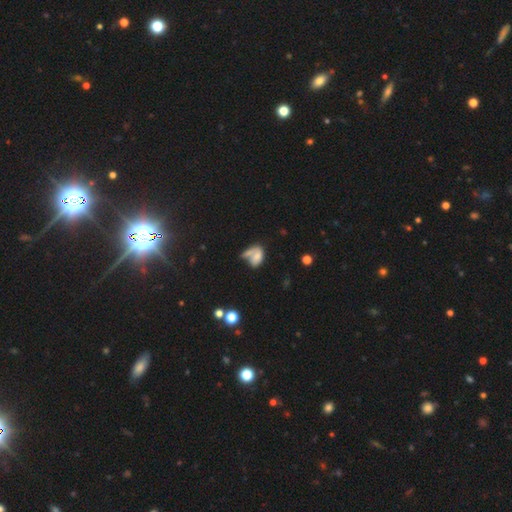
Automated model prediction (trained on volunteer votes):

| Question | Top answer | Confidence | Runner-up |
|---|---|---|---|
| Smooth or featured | smooth | 57% | featured or disk (31%) |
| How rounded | in between | 80% | round (17%) |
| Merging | merger | 35% | none (25%) |